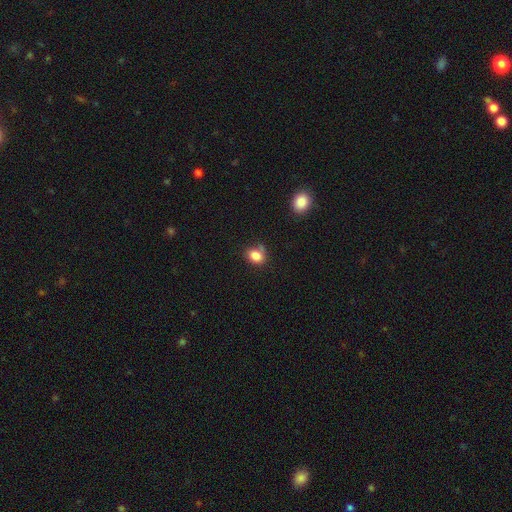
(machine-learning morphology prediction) Overall: smooth (83%). How rounded: in between (58%; round 40%). Merging: none (59%; minor disturbance 24%).